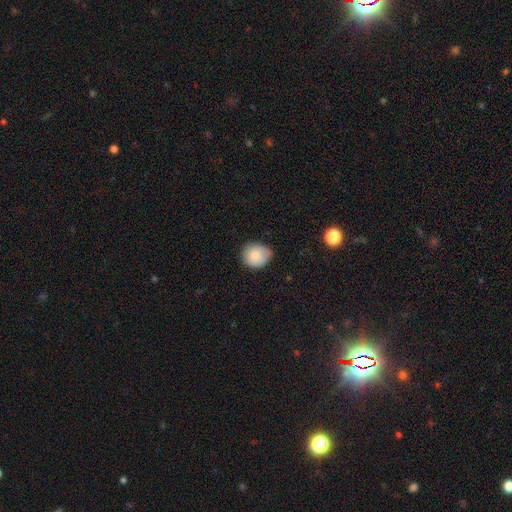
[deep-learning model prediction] smooth 84%, featured or disk 9%, star or artifact 8%. Down the decision tree: how rounded — round (70%); merging — none (71%).